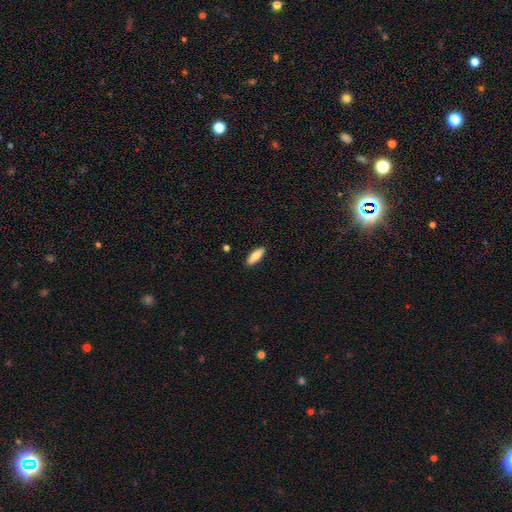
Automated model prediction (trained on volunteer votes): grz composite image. It shows a smooth galaxy with no disk features (81%) that is in between round and cigar-shaped (53%). Merging: none (90%).